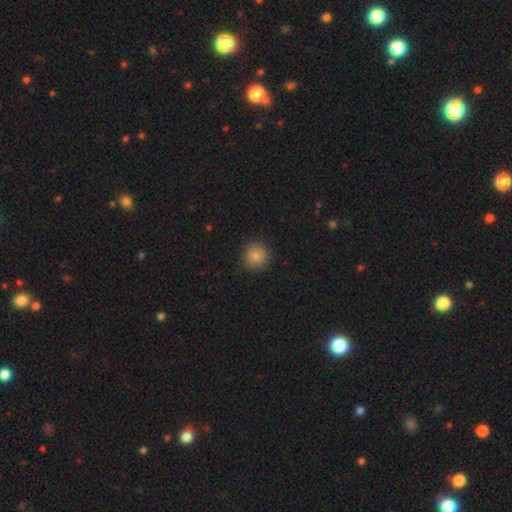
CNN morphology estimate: type=smooth (80%); roundness=round (92%); merging=none (87%).